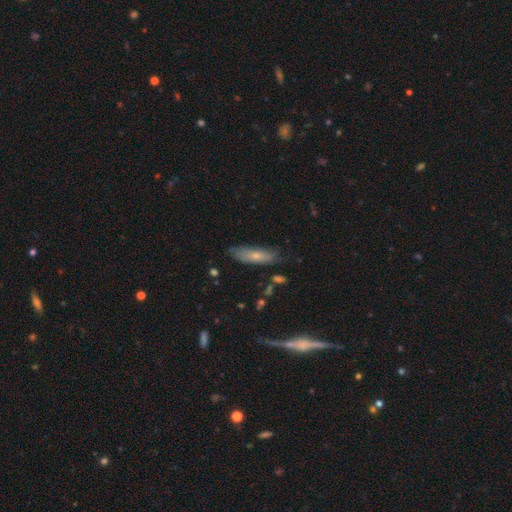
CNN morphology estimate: Smooth or featured?
  - smooth: 65% *
  - featured or disk: 27%
  - star or artifact: 8%
How rounded?
  - cigar-shaped: 54% *
  - in between: 43%
  - round: 2%
Merging?
  - none: 71% *
  - minor disturbance: 21%
  - major disturbance: 5%
  - merger: 3%